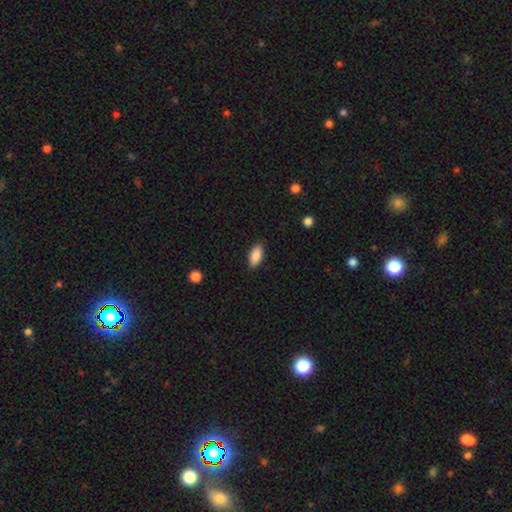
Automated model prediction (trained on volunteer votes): Q: Smooth or featured?
A: smooth (87%); runner-up: star or artifact (7%)
Q: How rounded?
A: in between (89%); runner-up: cigar-shaped (9%)
Q: Merging?
A: none (87%); runner-up: minor disturbance (10%)